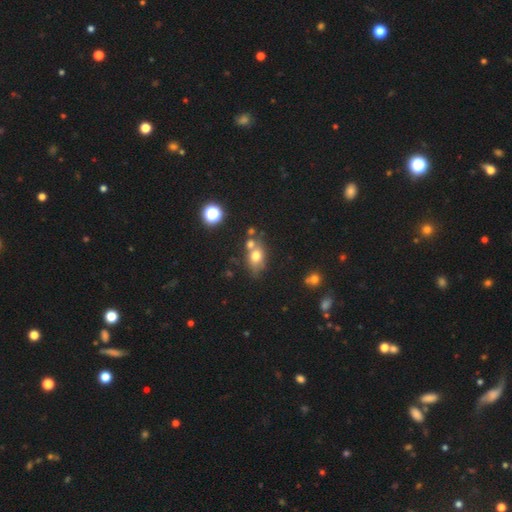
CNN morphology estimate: type=smooth (69%); roundness=in between (66%); merging=none (48%).